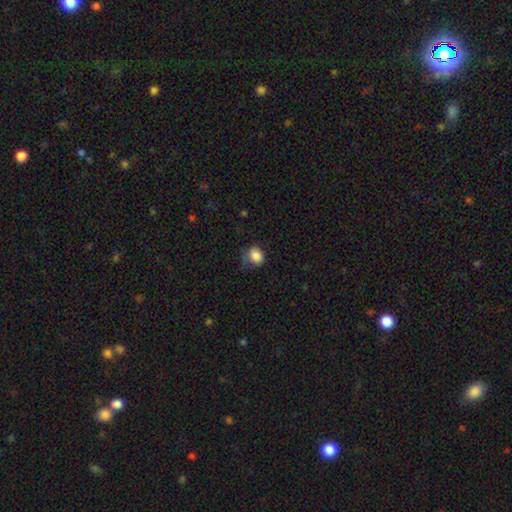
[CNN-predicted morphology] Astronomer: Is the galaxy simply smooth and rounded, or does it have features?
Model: smooth — 85%.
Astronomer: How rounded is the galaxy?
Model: round — 64%.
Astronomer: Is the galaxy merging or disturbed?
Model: none — 55% (runner-up: minor disturbance, 31%).